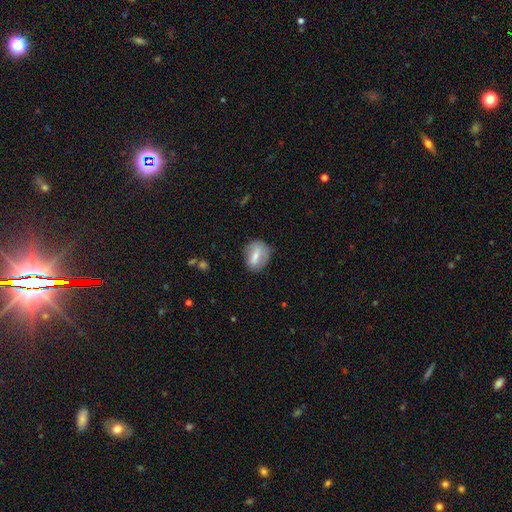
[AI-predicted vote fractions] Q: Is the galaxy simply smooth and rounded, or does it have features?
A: smooth — 65%.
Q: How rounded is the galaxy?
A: in between — 65%.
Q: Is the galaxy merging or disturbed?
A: none — 76%.